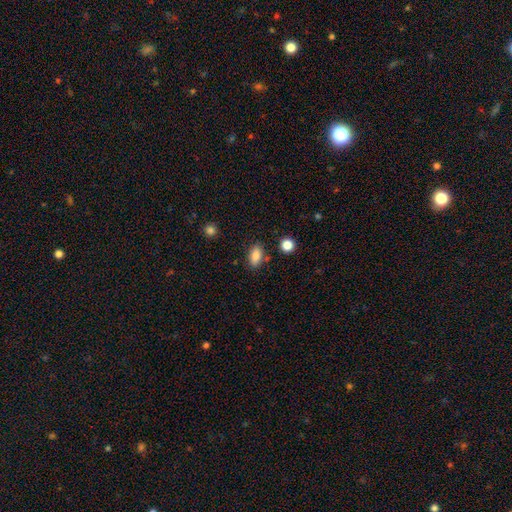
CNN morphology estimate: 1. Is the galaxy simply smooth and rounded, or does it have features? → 85% smooth, 8% star or artifact, 7% featured or disk.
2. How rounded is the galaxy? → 88% in between, 7% round, 5% cigar-shaped.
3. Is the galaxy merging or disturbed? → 81% none, 12% minor disturbance, 5% merger, 3% major disturbance.